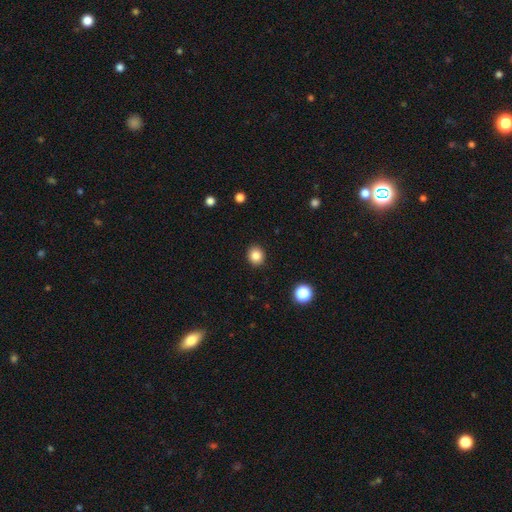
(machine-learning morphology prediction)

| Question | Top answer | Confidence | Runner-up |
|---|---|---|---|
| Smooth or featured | smooth | 85% | star or artifact (10%) |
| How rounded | round | 76% | in between (23%) |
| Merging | none | 91% | minor disturbance (6%) |